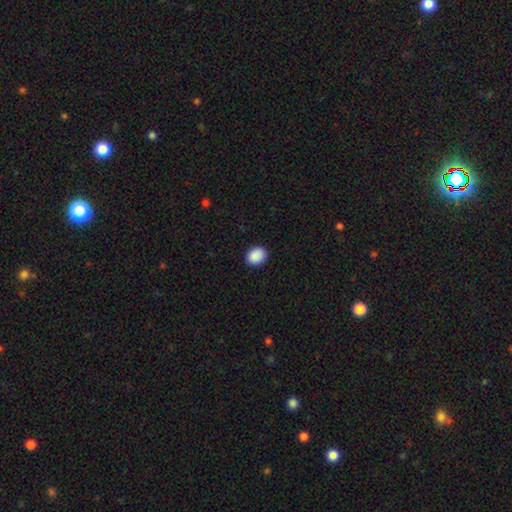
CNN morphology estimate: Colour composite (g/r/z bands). It shows a smooth galaxy with no disk features (90%) that is round (51%). Merging: none (90%).